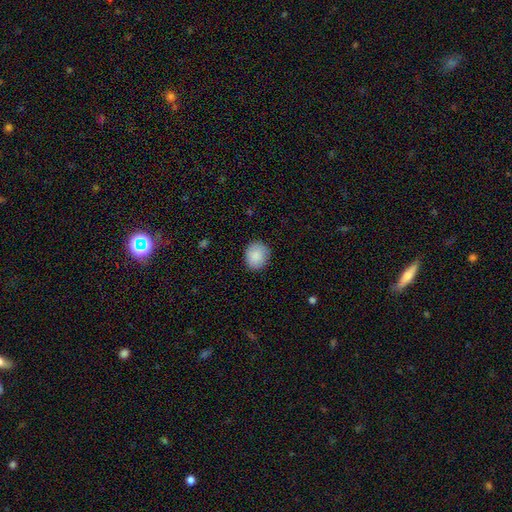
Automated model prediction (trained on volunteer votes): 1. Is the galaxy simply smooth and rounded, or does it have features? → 88% smooth, 7% star or artifact, 5% featured or disk.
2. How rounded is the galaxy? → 74% round, 25% in between, 1% cigar-shaped.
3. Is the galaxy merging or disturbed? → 85% none, 12% minor disturbance, 2% major disturbance, 1% merger.